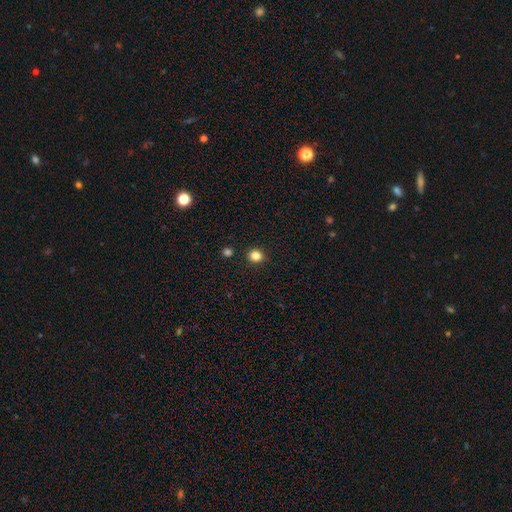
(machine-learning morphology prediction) Smooth or featured?
  - smooth: 84% *
  - star or artifact: 12%
  - featured or disk: 4%
How rounded?
  - round: 79% *
  - in between: 20%
  - cigar-shaped: 1%
Merging?
  - none: 90% *
  - minor disturbance: 6%
  - merger: 2%
  - major disturbance: 2%